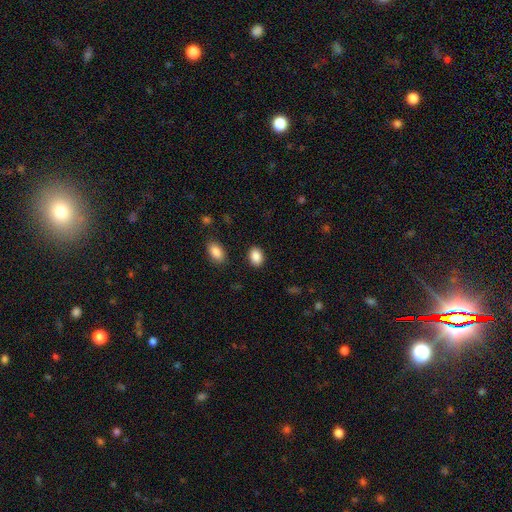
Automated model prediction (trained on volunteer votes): Smooth or featured: smooth — 88% (star or artifact — 8%)
How rounded: in between — 75% (round — 23%)
Merging: none — 89% (minor disturbance — 7%)